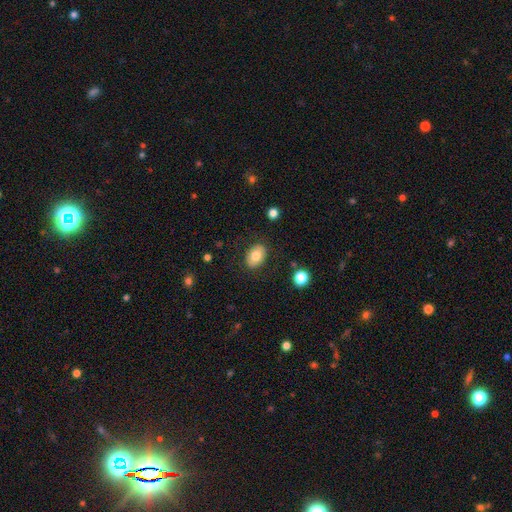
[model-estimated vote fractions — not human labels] This is likely a smooth galaxy (77%). How rounded: likely in between (79%). Merging: clearly none (83%).